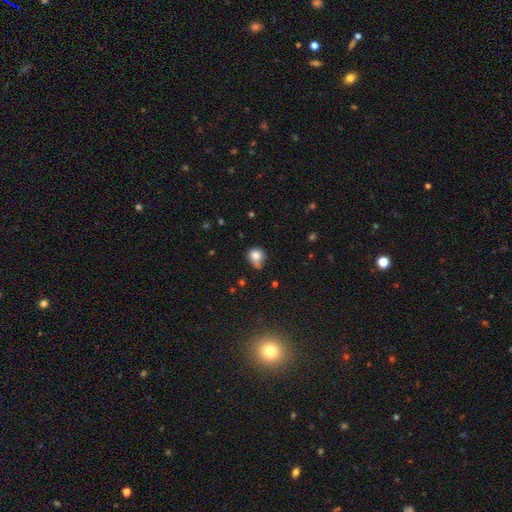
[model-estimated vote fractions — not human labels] Q: Smooth or featured?
A: smooth (80%); runner-up: star or artifact (11%)
Q: How rounded?
A: round (73%); runner-up: in between (26%)
Q: Merging?
A: none (44%); runner-up: minor disturbance (36%)